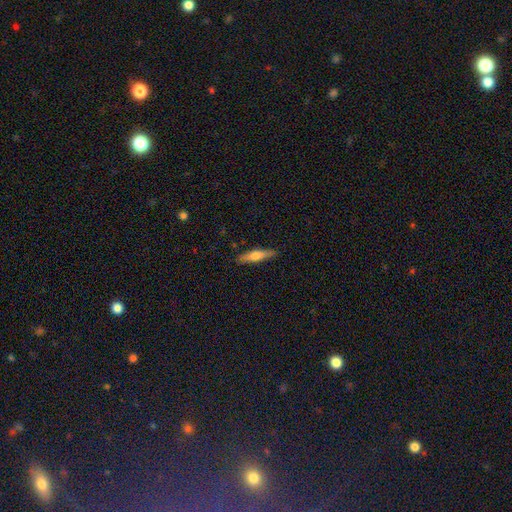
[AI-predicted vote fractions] A smooth galaxy with no disk features (59%) that is cigar-shaped (82%). Merging: none (87%).